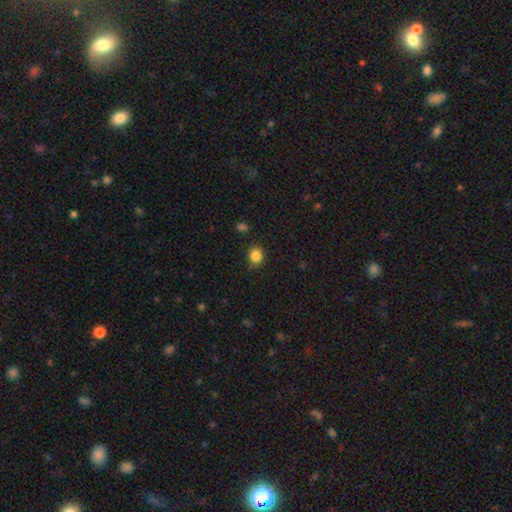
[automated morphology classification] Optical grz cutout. It shows a smooth galaxy with no disk features (85%) that is round (78%). Merging: none (86%).